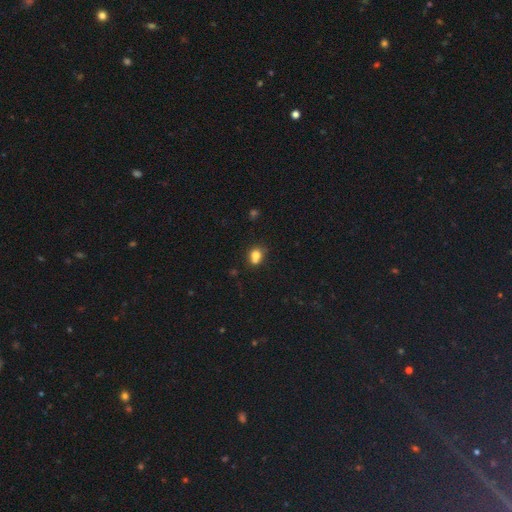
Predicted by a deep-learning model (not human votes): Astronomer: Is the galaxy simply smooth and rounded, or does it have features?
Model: smooth — 77%.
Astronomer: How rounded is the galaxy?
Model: round — 59% (runner-up: in between, 40%).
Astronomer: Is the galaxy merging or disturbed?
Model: none — 48% (runner-up: merger, 28%).